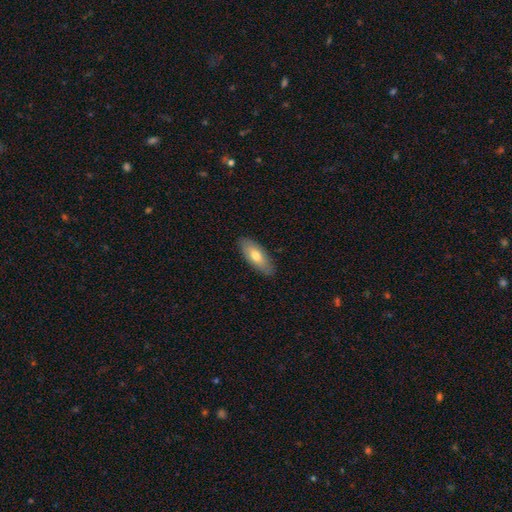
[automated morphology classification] smooth-or-featured: smooth: 70% | featured or disk: 24% | star or artifact: 6%
  how-rounded: in between: 79% | cigar-shaped: 18% | round: 2%
  merging: none: 87% | minor disturbance: 10% | major disturbance: 2% | merger: 1%